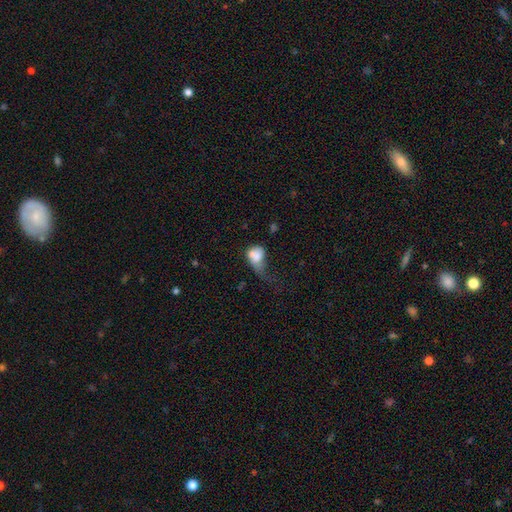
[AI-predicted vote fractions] smooth_or_featured: smooth (p=0.71) [alt: featured or disk p=0.20]
how_rounded: in between (p=0.64) [alt: round p=0.34]
merging: major disturbance (p=0.49) [alt: merger p=0.19]